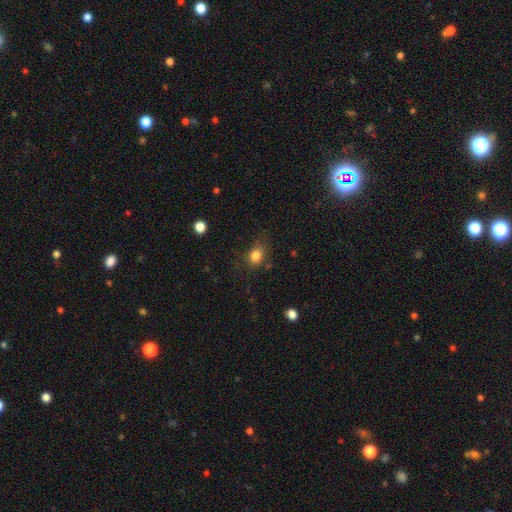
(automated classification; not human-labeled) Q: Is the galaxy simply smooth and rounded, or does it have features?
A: smooth — 83%.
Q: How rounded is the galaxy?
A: in between — 57%.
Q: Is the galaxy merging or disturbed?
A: none — 70%.